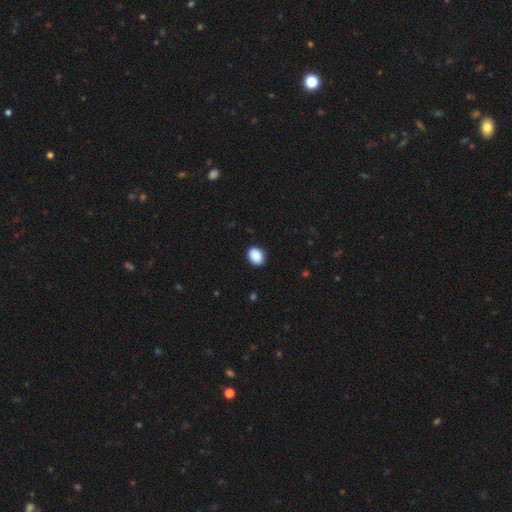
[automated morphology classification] Overall: smooth (90%). How rounded: in between (63%; round 36%). Merging: none (90%).